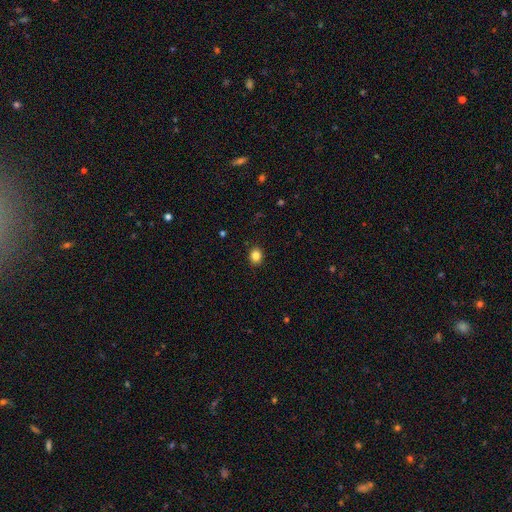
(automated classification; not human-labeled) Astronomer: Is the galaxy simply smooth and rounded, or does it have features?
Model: smooth — 84%.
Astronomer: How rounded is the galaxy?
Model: round — 68%.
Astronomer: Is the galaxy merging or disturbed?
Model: none — 91%.